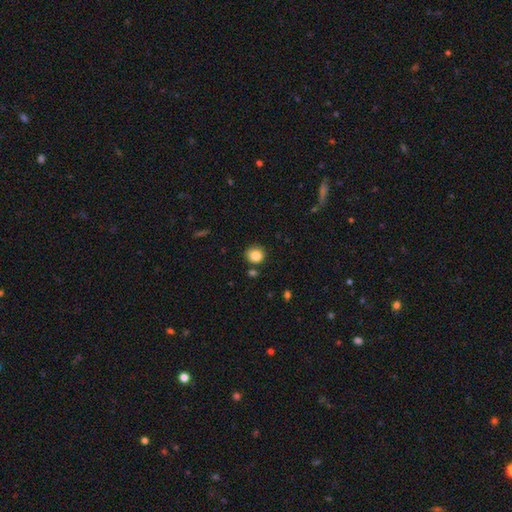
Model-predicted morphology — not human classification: Smooth or featured? smooth (85%)
How rounded? round (87%)
Merging? none (80%)